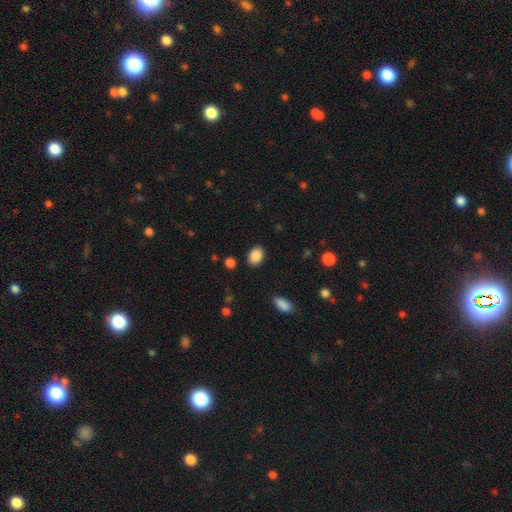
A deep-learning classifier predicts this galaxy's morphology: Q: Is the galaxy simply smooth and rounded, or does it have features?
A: smooth — 89%.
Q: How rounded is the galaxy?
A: in between — 78%.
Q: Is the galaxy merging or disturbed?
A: none — 87%.